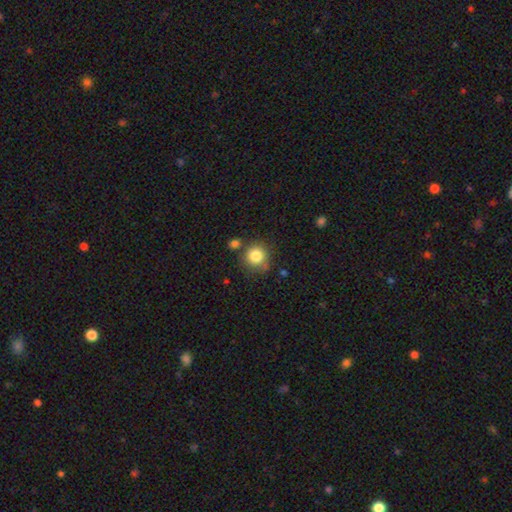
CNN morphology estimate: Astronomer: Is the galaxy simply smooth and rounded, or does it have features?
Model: smooth — 83%.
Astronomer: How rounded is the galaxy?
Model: round — 90%.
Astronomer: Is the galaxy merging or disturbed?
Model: none — 73%.